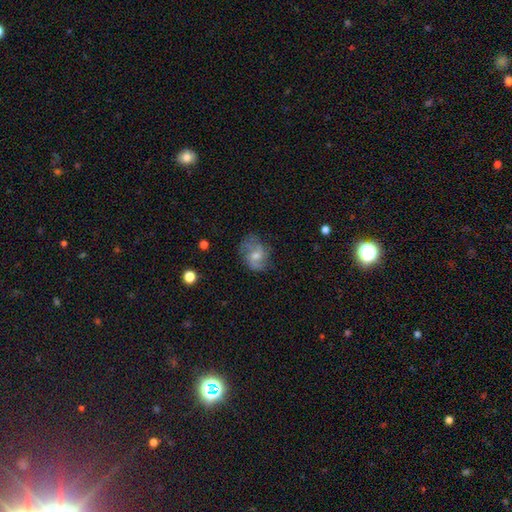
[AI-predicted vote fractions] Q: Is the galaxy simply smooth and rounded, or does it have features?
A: featured or disk — 56%.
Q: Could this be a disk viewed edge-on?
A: no — 96%.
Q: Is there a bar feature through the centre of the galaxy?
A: no — 61%.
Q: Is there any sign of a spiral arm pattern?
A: yes — 77%.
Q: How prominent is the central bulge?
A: moderate — 51%.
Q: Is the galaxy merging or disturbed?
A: none — 64%.